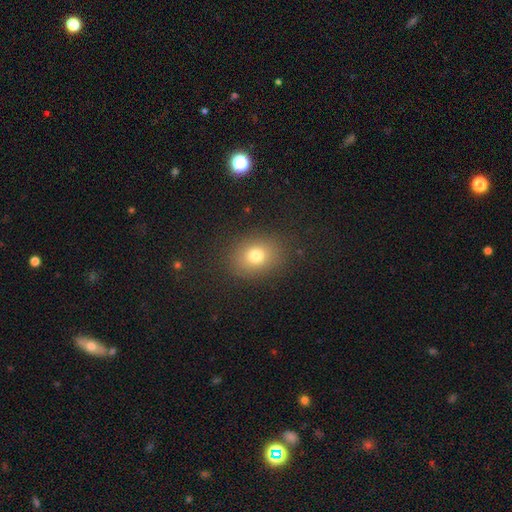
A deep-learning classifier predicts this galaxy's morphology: Overall: smooth (76%). How rounded: round (52%; in between 47%). Merging: none (86%).